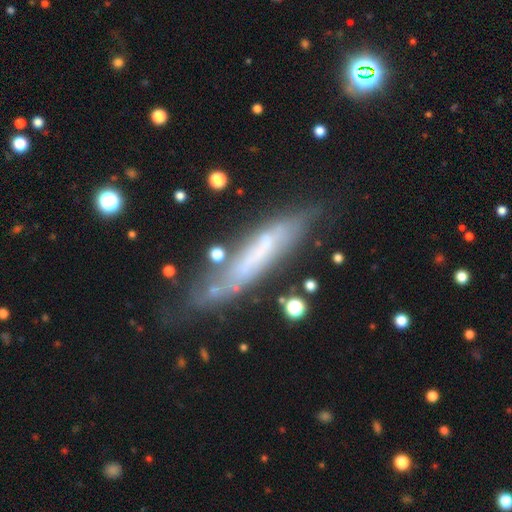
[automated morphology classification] Overall: featured or disk (54%; smooth 37%). Edge-on disk: yes (63%; no 37%). Merging: none (61%; minor disturbance 24%).